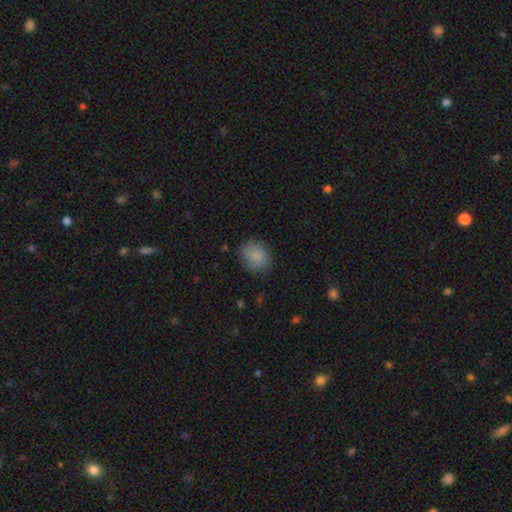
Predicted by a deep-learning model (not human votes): This appears to be a smooth galaxy with no disk features (86%) that is round (59%). Merging: none (80%).